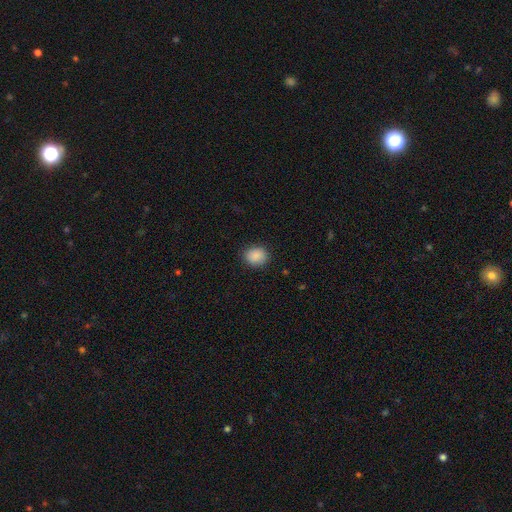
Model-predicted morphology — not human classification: A smooth galaxy with no disk features (89%) that is round (56%).

Vote fractions:
- Smooth or featured? smooth: 89% / star or artifact: 8% / featured or disk: 3%
- How rounded? round: 56% / in between: 43% / cigar-shaped: 1%
- Merging? none: 85% / minor disturbance: 11% / major disturbance: 3% / merger: 1%